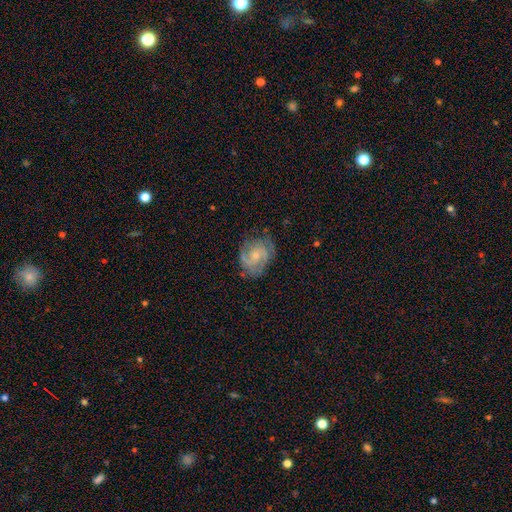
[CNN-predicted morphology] Smooth or featured? Predicted: featured or disk (p=0.76). Edge-on disk? Predicted: no (p=0.98). Bar? Predicted: no (p=0.64). Spiral arms? Predicted: yes (p=0.93). Spiral winding? Predicted: tight (p=0.45). Spiral arm count? Predicted: 2 (p=0.54). Bulge size? Predicted: small (p=0.59). Merging? Predicted: none (p=0.69).